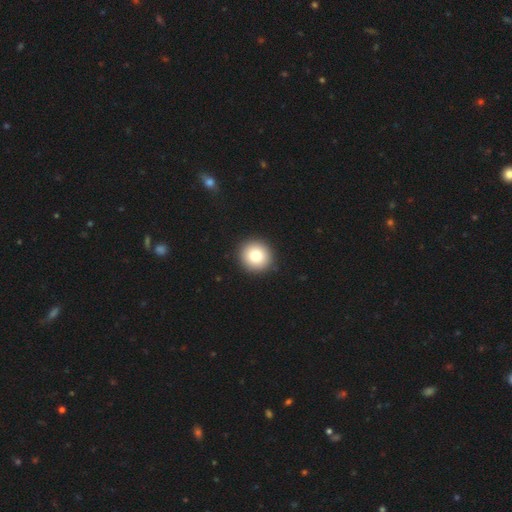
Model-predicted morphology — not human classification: Smooth or featured?
  - smooth: 79% *
  - featured or disk: 11%
  - star or artifact: 10%
How rounded?
  - round: 94% *
  - in between: 6%
  - cigar-shaped: 1%
Merging?
  - none: 93% *
  - minor disturbance: 5%
  - major disturbance: 2%
  - merger: 1%